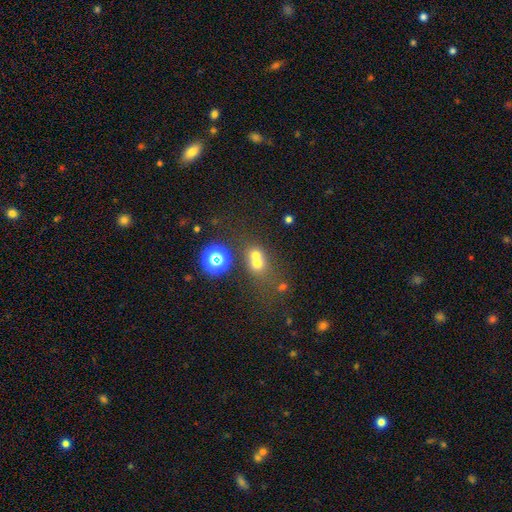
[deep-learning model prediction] Morphology: type=smooth (60%); roundness=round (73%); merging=merger (57%).